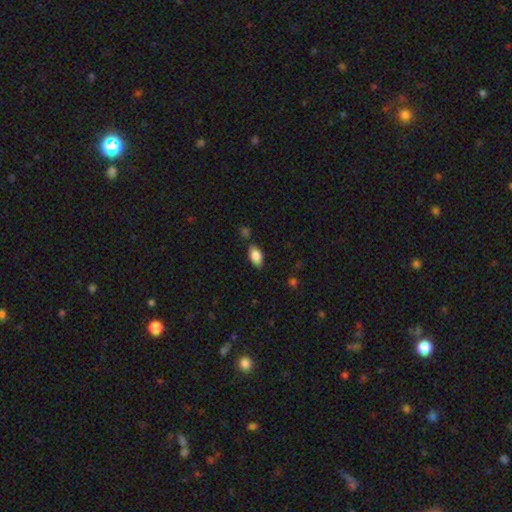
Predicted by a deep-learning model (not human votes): Overall: smooth (84%). How rounded: in between (92%). Merging: none (76%).